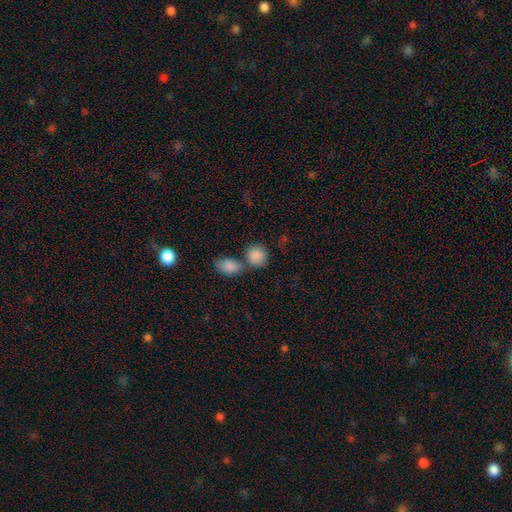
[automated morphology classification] The model was most divided on "merging": none: 52%, merger: 34%, minor disturbance: 10%, major disturbance: 4%. More confident: smooth or featured — smooth (88%); how rounded — round (70%).